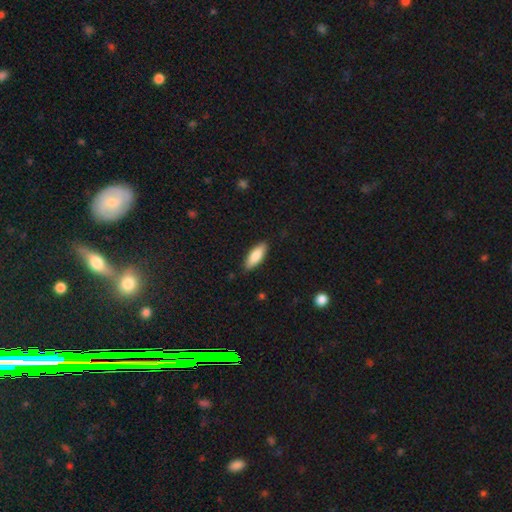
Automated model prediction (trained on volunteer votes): Q: Smooth or featured?
A: smooth (84%); runner-up: featured or disk (10%)
Q: How rounded?
A: in between (67%); runner-up: cigar-shaped (32%)
Q: Merging?
A: none (86%); runner-up: minor disturbance (11%)